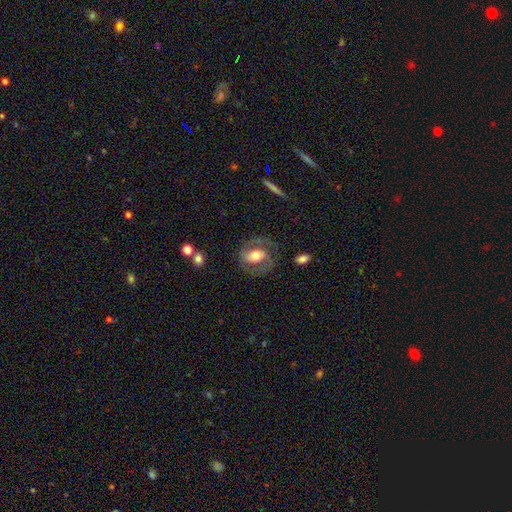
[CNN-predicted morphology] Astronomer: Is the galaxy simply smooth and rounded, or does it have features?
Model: featured or disk — 66%.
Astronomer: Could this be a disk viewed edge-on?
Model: no — 96%.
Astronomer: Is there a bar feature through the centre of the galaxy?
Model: no — 37% (runner-up: weak, 36%).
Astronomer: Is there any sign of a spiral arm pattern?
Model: yes — 82%.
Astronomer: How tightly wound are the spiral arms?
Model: medium — 50% (runner-up: tight, 32%).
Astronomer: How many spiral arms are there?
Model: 2 — 84%.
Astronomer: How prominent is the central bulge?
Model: moderate — 66%.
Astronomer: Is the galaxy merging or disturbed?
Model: none — 72%.